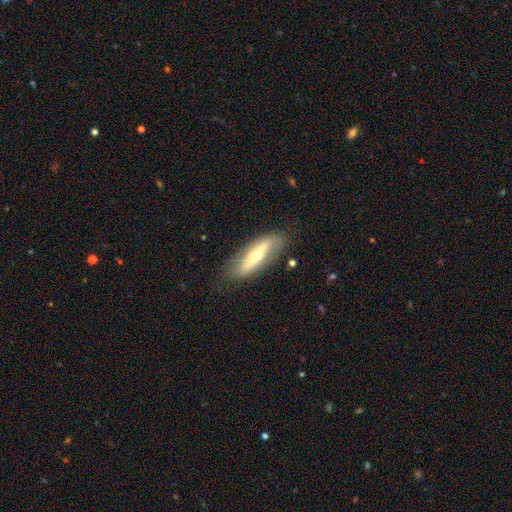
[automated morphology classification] smooth-or-featured: featured or disk: 62% | smooth: 32% | star or artifact: 6%
  disk-edge-on: no: 52% | yes: 48%
  merging: none: 77% | minor disturbance: 16% | major disturbance: 5% | merger: 2%